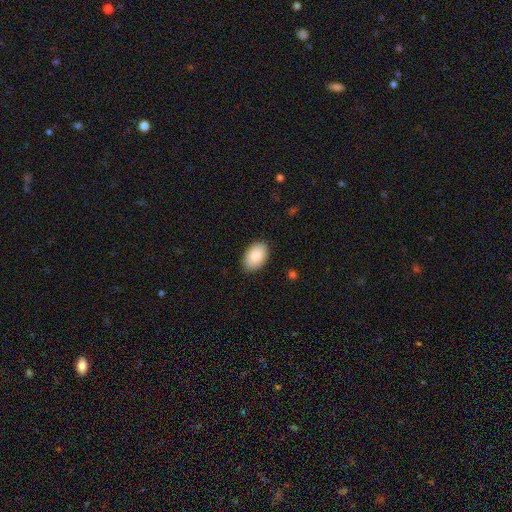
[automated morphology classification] Overall: smooth (87%). How rounded: in between (89%). Merging: none (87%).